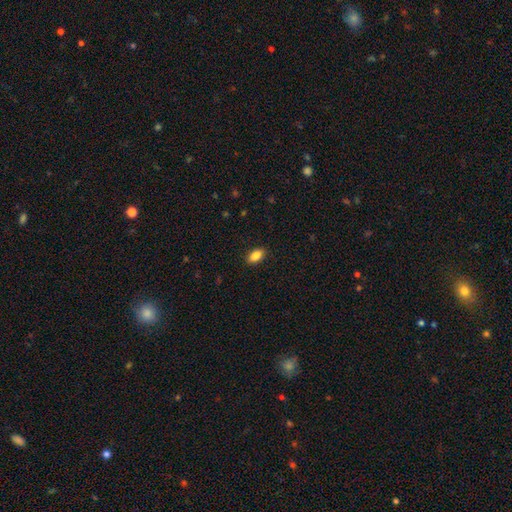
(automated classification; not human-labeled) Q: Smooth or featured?
A: smooth (85%); runner-up: star or artifact (8%)
Q: How rounded?
A: in between (90%); runner-up: round (6%)
Q: Merging?
A: none (89%); runner-up: minor disturbance (8%)